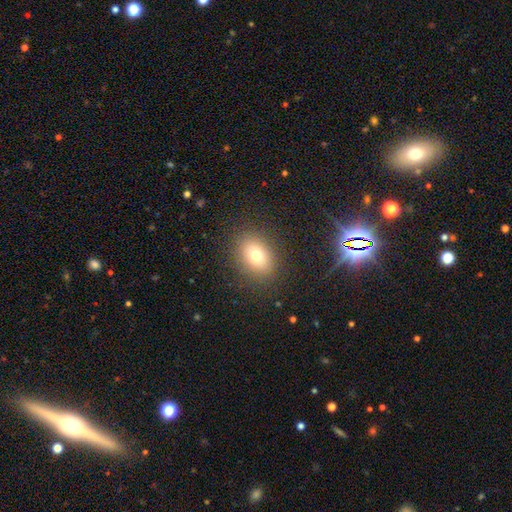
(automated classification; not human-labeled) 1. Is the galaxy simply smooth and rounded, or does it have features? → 75% smooth, 12% star or artifact, 12% featured or disk.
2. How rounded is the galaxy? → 64% in between, 35% round, 1% cigar-shaped.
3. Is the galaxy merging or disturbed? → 86% none, 9% minor disturbance, 4% major disturbance, 1% merger.